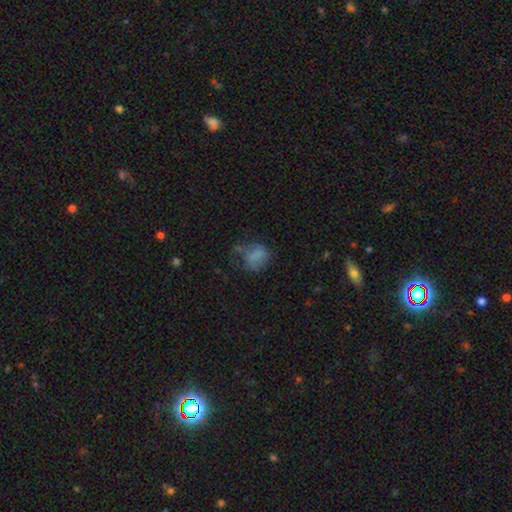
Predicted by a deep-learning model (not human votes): The model was most divided on "how rounded": in between: 51%, round: 48%, cigar-shaped: 1%. Remaining: smooth or featured — smooth (67%); merging — none (36%).